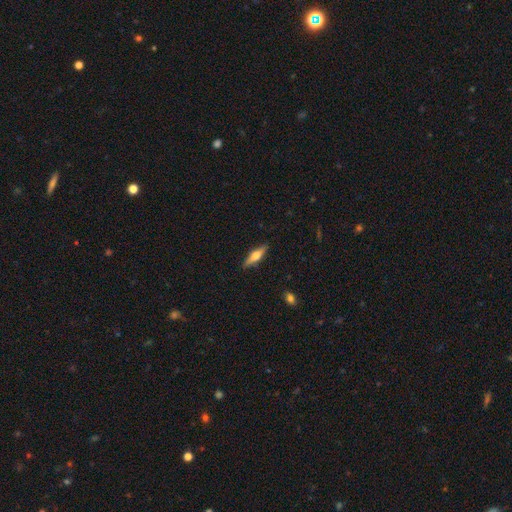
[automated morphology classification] Smooth or featured: featured or disk — 51% (smooth — 43%)
Edge-on disk: yes — 95% (no — 5%)
Merging: none — 88% (minor disturbance — 9%)